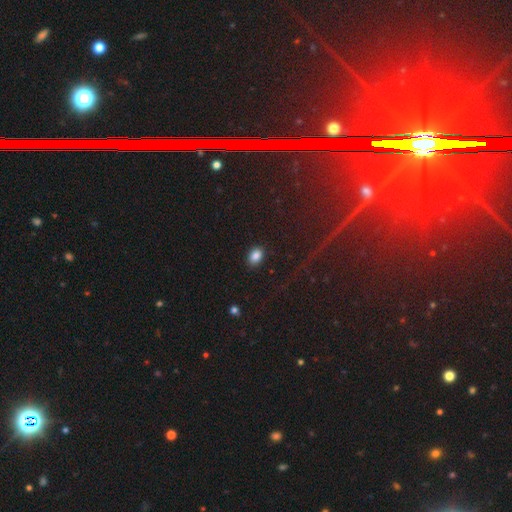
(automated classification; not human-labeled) smooth 86%, star or artifact 9%, featured or disk 4%. Down the decision tree: how rounded — in between (76%); merging — none (87%).